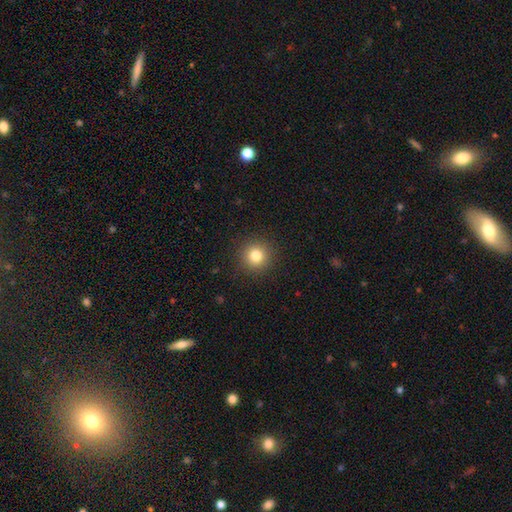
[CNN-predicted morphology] A smooth galaxy with no disk features (81%) that is round (95%).

Vote fractions:
- Smooth or featured? smooth: 81% / star or artifact: 13% / featured or disk: 7%
- How rounded? round: 95% / in between: 4% / cigar-shaped: 1%
- Merging? none: 92% / minor disturbance: 5% / major disturbance: 2% / merger: 1%